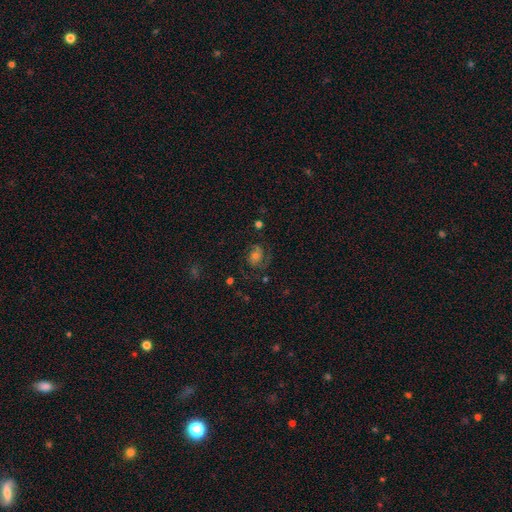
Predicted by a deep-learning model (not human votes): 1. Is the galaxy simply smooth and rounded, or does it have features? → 65% featured or disk, 20% smooth, 15% star or artifact.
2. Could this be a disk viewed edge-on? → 97% no, 3% yes.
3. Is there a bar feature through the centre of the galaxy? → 65% no, 29% weak, 7% strong.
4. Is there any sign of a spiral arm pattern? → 91% yes, 9% no.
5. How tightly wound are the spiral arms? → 49% medium, 31% tight, 20% loose.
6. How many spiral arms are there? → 68% 2, 15% 1, 10% can't tell, 4% 3, 2% 4, 2% more than 4.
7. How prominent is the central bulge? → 44% moderate, 34% small, 13% large, 7% none, 3% dominant.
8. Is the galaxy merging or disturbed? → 64% none, 17% major disturbance, 17% minor disturbance, 2% merger.